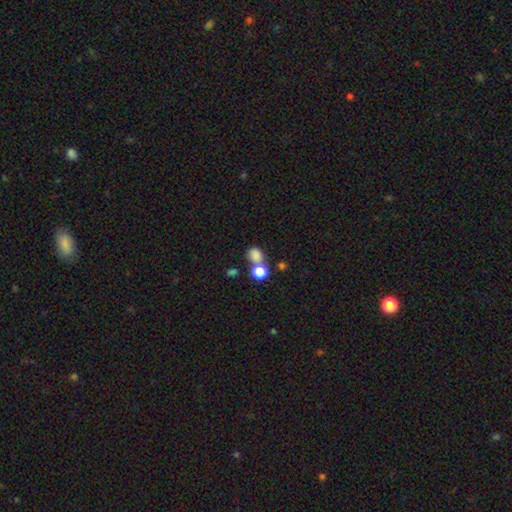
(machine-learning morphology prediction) Smooth or featured?
  - smooth: 80% *
  - star or artifact: 14%
  - featured or disk: 6%
How rounded?
  - round: 69% *
  - in between: 30%
  - cigar-shaped: 1%
Merging?
  - none: 49% *
  - merger: 37%
  - minor disturbance: 10%
  - major disturbance: 5%